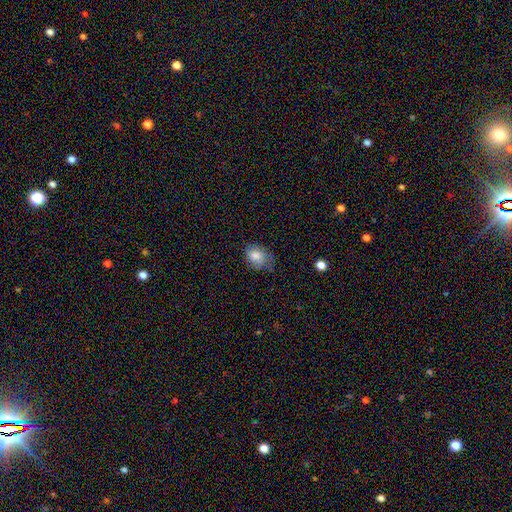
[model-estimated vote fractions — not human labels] smooth_or_featured: smooth (p=0.76) [alt: featured or disk p=0.15]
how_rounded: in between (p=0.75) [alt: round p=0.24]
merging: none (p=0.46) [alt: minor disturbance p=0.36]